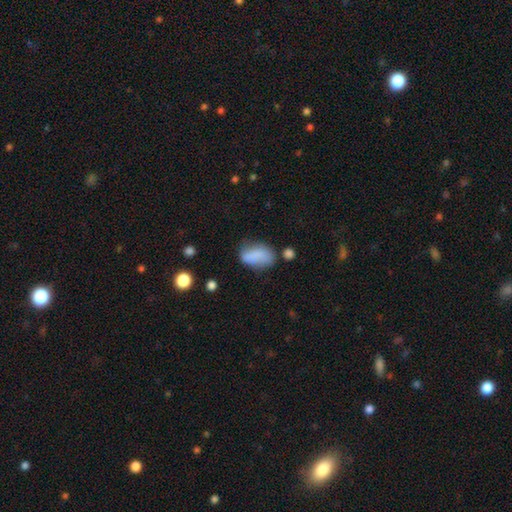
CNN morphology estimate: A smooth galaxy with no disk features (78%) that is in between round and cigar-shaped (89%). Merging: none (50%).